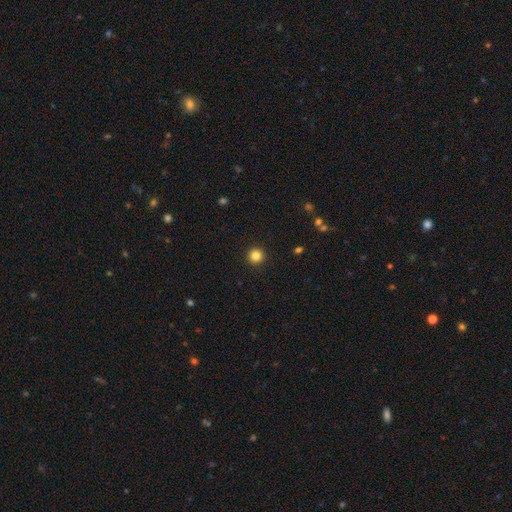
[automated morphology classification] smooth 84%, star or artifact 12%, featured or disk 4%. Down the decision tree: how rounded — round (96%); merging — none (93%).